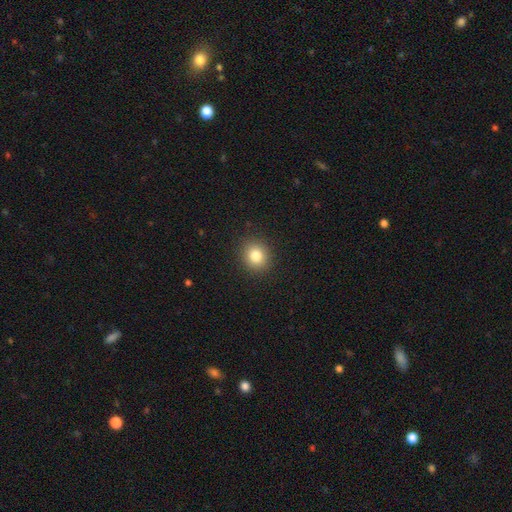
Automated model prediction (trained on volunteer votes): smooth 82%, star or artifact 11%, featured or disk 7%. Down the decision tree: how rounded — round (75%); merging — none (90%).